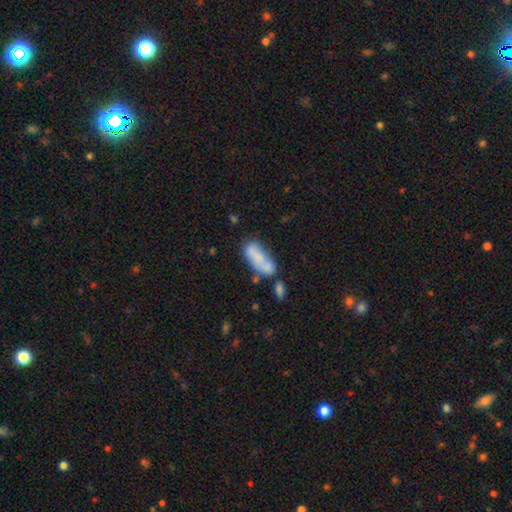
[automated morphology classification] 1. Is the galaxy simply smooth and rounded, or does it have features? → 69% smooth, 23% featured or disk, 8% star or artifact.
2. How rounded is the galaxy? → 82% in between, 15% cigar-shaped, 3% round.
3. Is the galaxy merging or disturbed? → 34% merger, 31% none, 21% minor disturbance, 13% major disturbance.